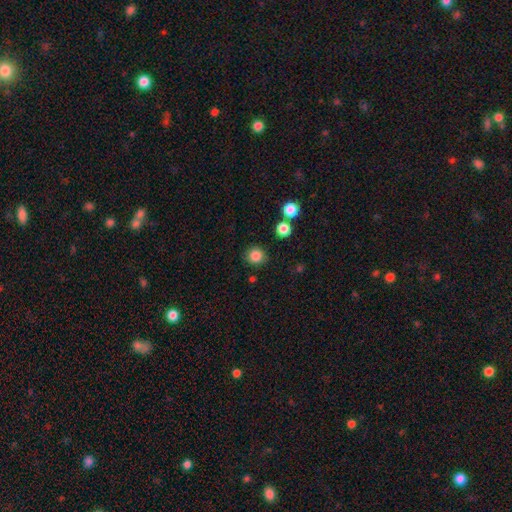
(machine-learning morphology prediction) This appears to be a smooth galaxy with no disk features (85%) that is round (91%). Merging: none (87%).